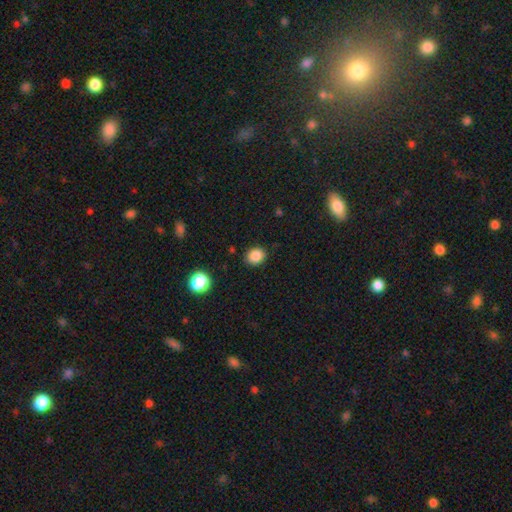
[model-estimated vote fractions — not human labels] Smooth or featured? smooth (85%)
How rounded? round (70%)
Merging? none (87%)